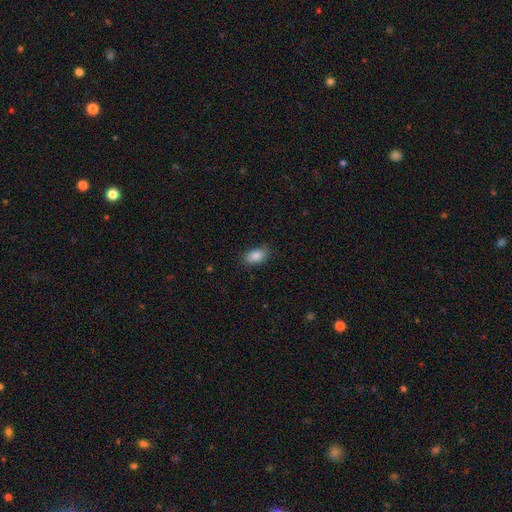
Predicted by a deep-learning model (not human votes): Smooth or featured? smooth (87%)
How rounded? in between (91%)
Merging? none (84%)